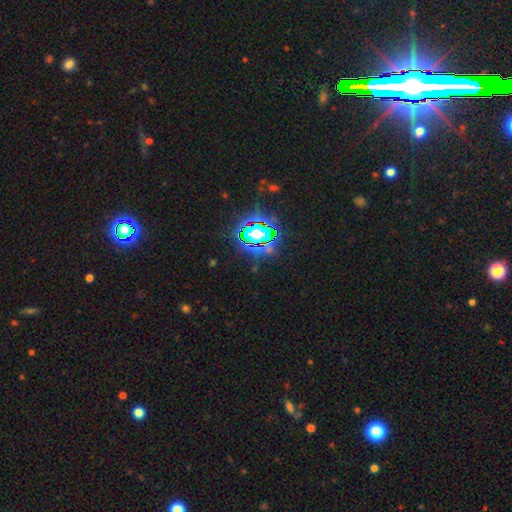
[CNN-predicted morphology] Q: Smooth or featured?
A: star or artifact (79%); runner-up: smooth (13%)